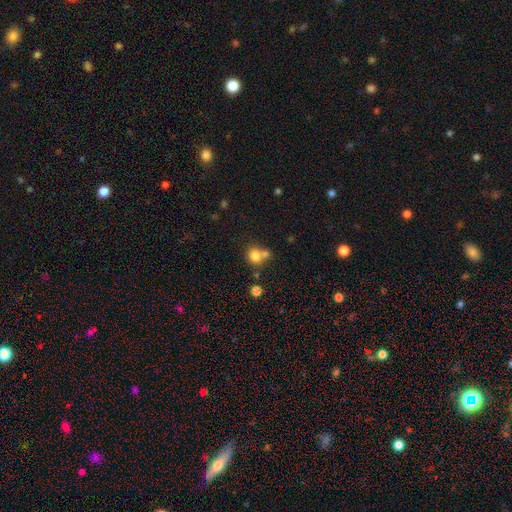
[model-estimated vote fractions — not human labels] smooth 79%, star or artifact 12%, featured or disk 9%. Down the decision tree: how rounded — round (82%); merging — none (48%).